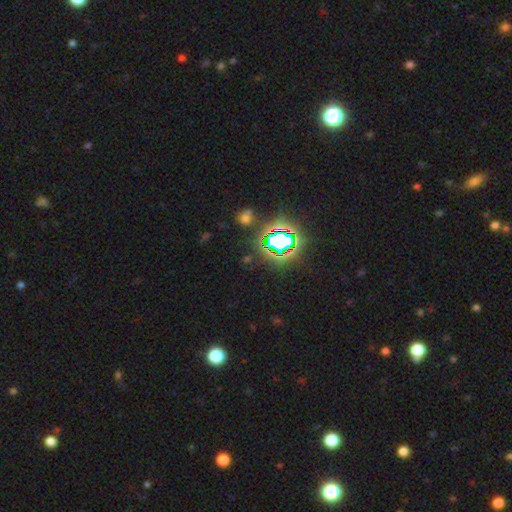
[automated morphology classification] The model was most divided on "smooth or featured": star or artifact: 79%, smooth: 14%, featured or disk: 7%.